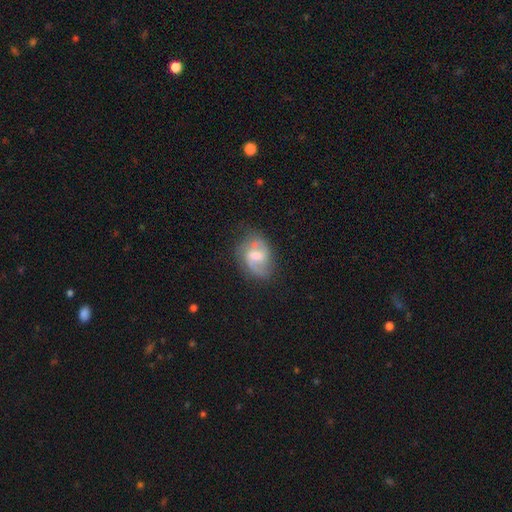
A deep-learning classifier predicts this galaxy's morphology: featured or disk 62%, smooth 31%, star or artifact 8%. Down the decision tree: edge-on disk — no (96%); bar — weak (53%); spiral arms — yes (82%); bulge size — moderate (53%); merging — none (57%).